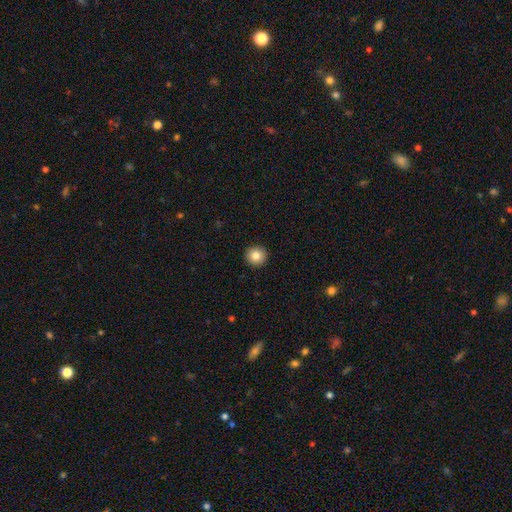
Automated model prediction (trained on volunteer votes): The model was most divided on "smooth or featured": smooth: 83%, star or artifact: 9%, featured or disk: 7%. More confident: how rounded — round (95%); merging — none (93%).